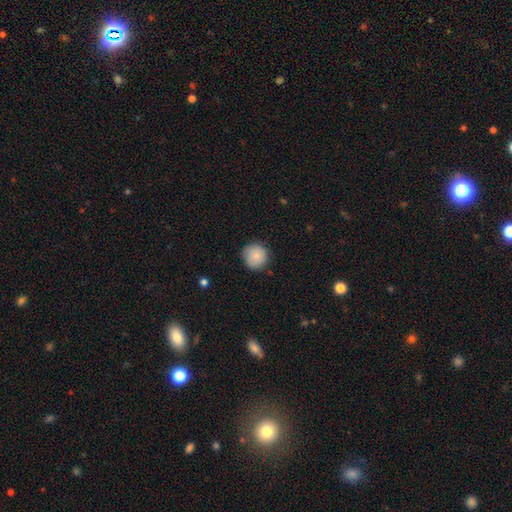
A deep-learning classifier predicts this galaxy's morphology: Overall: smooth (85%). How rounded: round (94%). Merging: none (86%).